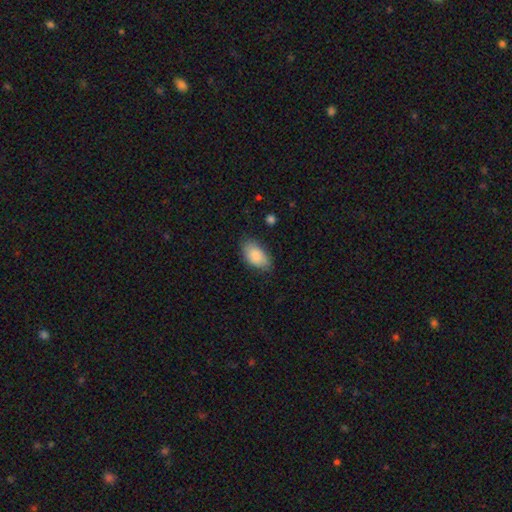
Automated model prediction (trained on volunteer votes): Q: Smooth or featured?
A: smooth (87%); runner-up: featured or disk (7%)
Q: How rounded?
A: in between (94%); runner-up: round (4%)
Q: Merging?
A: none (74%); runner-up: minor disturbance (20%)